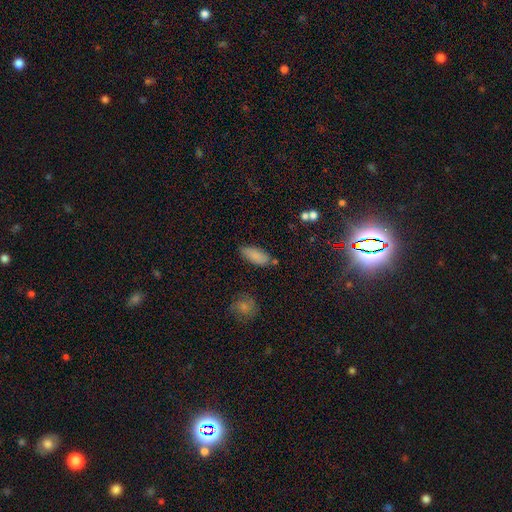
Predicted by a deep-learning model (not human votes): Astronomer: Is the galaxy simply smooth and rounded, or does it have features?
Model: smooth — 85%.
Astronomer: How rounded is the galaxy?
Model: in between — 83%.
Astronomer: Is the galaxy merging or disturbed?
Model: none — 77%.